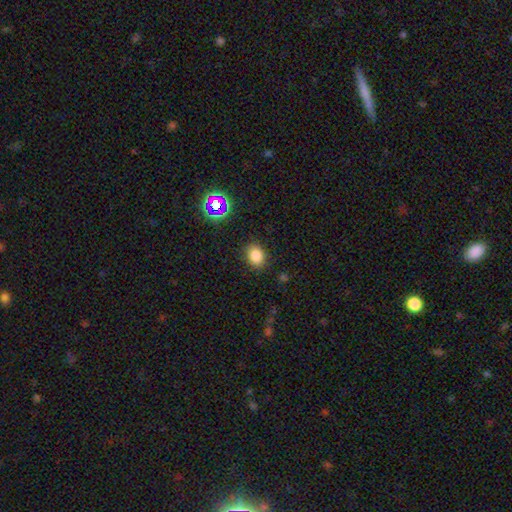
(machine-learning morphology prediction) Overall: smooth (81%). How rounded: in between (54%; round 45%). Merging: none (84%).